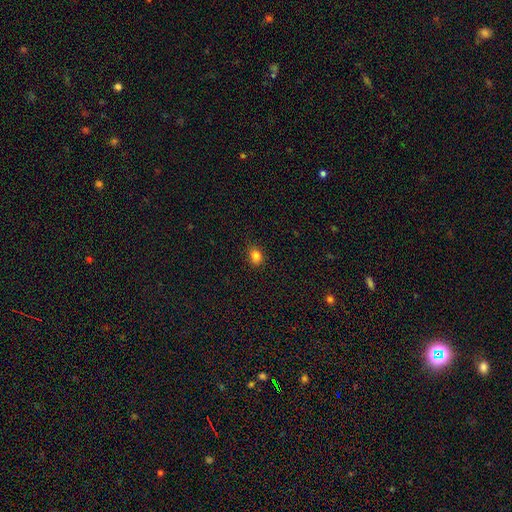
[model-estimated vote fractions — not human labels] Smooth or featured? smooth (83%)
How rounded? in between (50%)
Merging? none (82%)